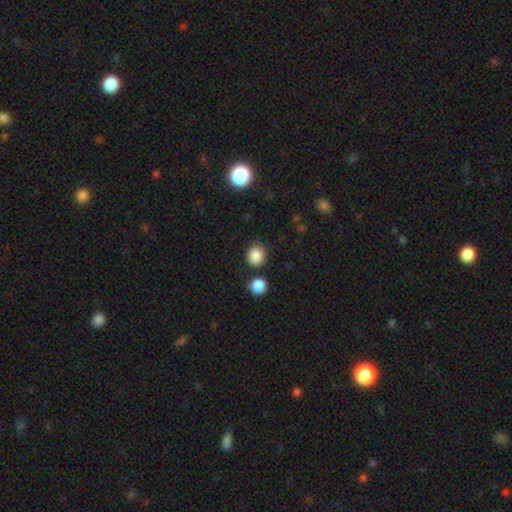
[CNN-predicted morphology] This appears to be a smooth galaxy with no disk features (85%) that is round (76%). Merging: none (80%).